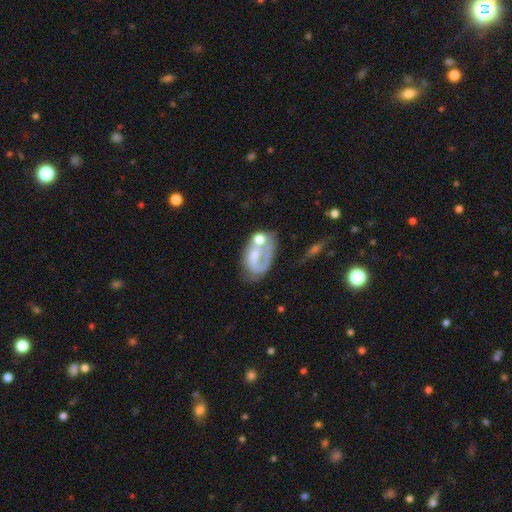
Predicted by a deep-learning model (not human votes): The model was most divided on "merging" (2-way tie): none: 29%, major disturbance: 29%, merger: 25%, minor disturbance: 18%. Remaining: edge-on disk — no (96%); bar — no (70%); smooth or featured — featured or disk (56%); spiral arms — no (54%); bulge size — none (33%).